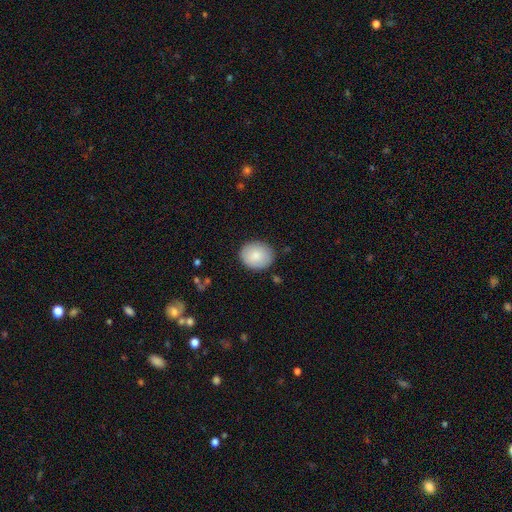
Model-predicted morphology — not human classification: Smooth or featured?
  - smooth: 85% *
  - featured or disk: 9%
  - star or artifact: 7%
How rounded?
  - round: 61% *
  - in between: 38%
  - cigar-shaped: 1%
Merging?
  - none: 86% *
  - minor disturbance: 10%
  - major disturbance: 2%
  - merger: 1%